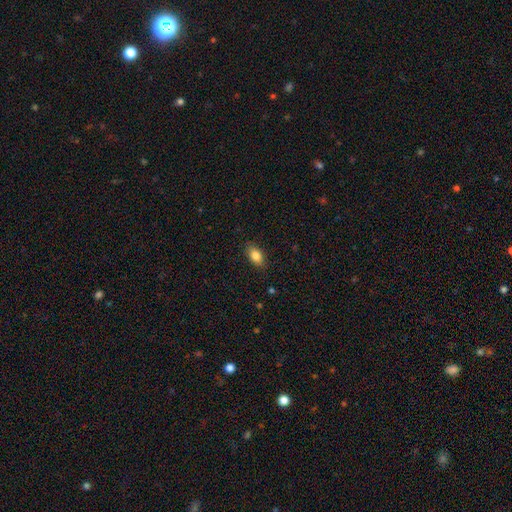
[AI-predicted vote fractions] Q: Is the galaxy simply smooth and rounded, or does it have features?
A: smooth — 86%.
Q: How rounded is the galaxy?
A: in between — 90%.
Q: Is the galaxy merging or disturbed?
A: none — 85%.